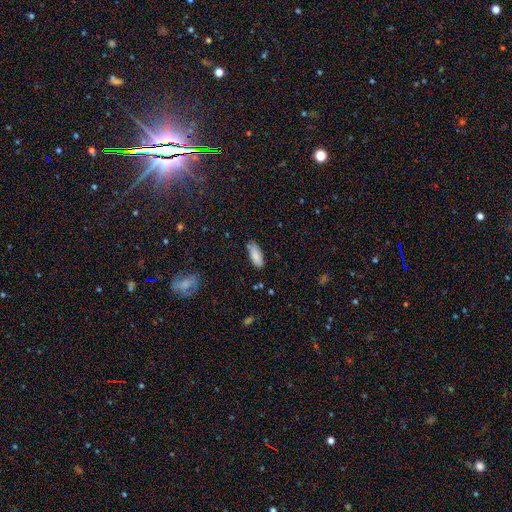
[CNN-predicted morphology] Smooth or featured? Predicted: smooth (p=0.87). How rounded? Predicted: in between (p=0.79). Merging? Predicted: none (p=0.76).